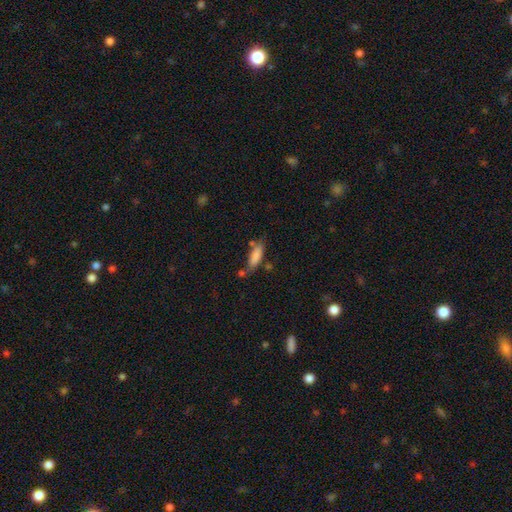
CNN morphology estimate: Smooth or featured? Predicted: smooth (p=0.82). How rounded? Predicted: in between (p=0.49, tied with cigar-shaped). Merging? Predicted: none (p=0.60).